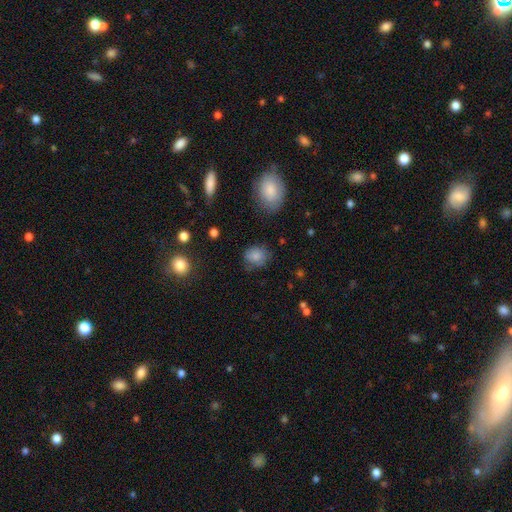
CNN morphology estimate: Smooth or featured? smooth (81%)
How rounded? round (61%)
Merging? none (67%)